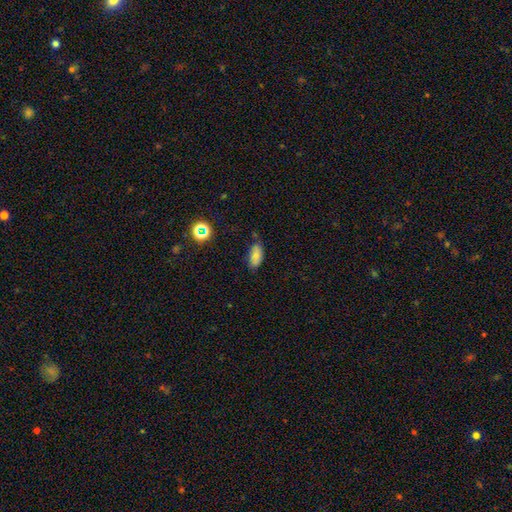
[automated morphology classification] type=smooth (76%); roundness=in between (90%); merging=none (66%).